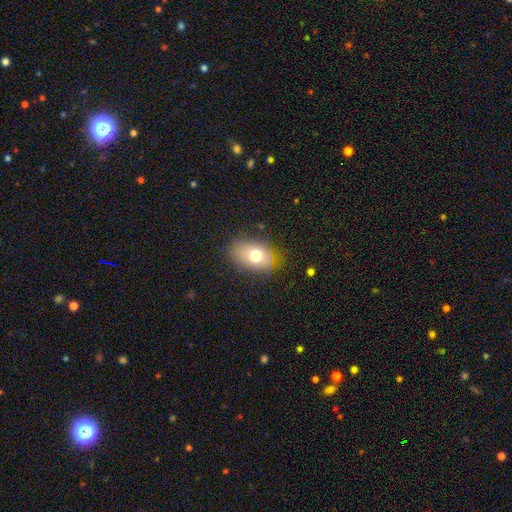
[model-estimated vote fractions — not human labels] smooth 71%, featured or disk 19%, star or artifact 10%. Down the decision tree: how rounded — in between (81%); merging — none (73%).